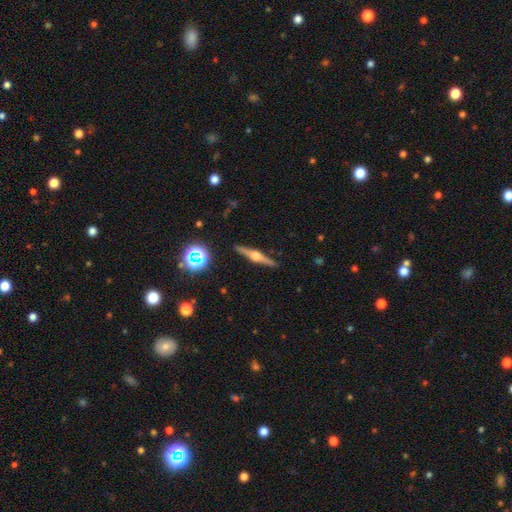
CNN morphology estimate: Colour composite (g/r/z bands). It shows a featured or disk galaxy (78%) viewed edge-on (98%) with a rounded central bulge (92%). Merging: none (91%).